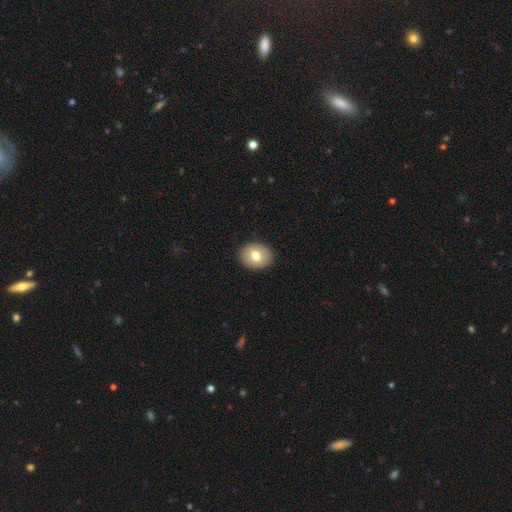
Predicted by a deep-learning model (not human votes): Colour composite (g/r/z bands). It shows a smooth galaxy with no disk features (72%) that is in between round and cigar-shaped (51%). Merging: none (90%).